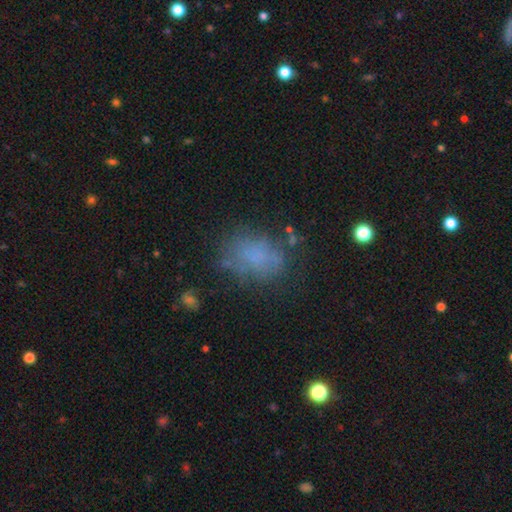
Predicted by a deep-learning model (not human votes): Smooth or featured? Predicted: smooth (p=0.65). How rounded? Predicted: in between (p=0.70). Merging? Predicted: none (p=0.61).